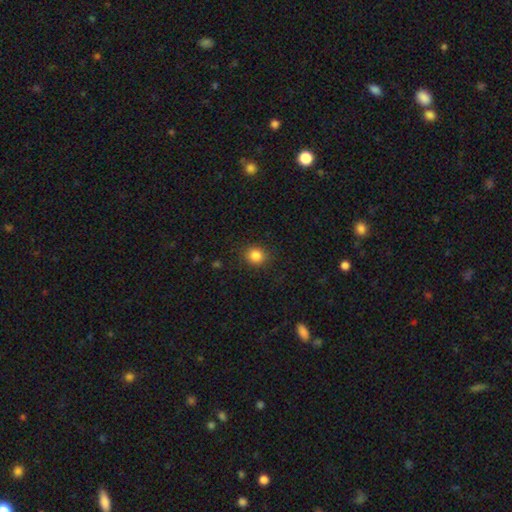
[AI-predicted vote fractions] Smooth or featured? Predicted: smooth (p=0.85). How rounded? Predicted: round (p=0.79). Merging? Predicted: none (p=0.88).